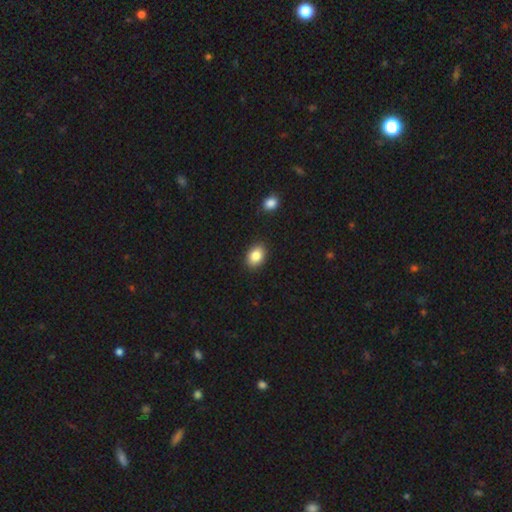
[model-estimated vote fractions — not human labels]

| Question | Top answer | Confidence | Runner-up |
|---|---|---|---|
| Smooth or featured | smooth | 86% | star or artifact (8%) |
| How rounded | in between | 78% | round (21%) |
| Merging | none | 88% | minor disturbance (9%) |